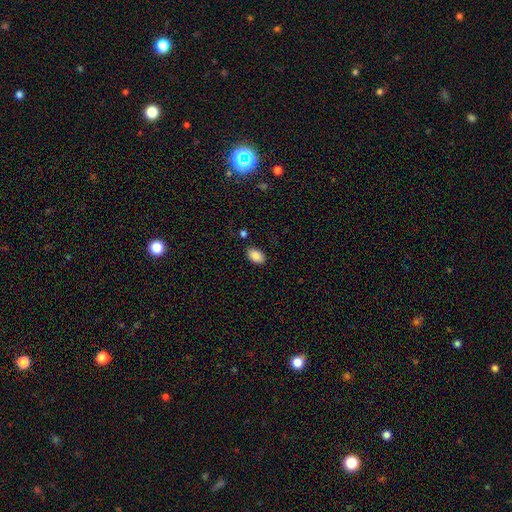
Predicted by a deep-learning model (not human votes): A smooth galaxy with no disk features (88%) that is in between round and cigar-shaped (91%).

Vote fractions:
- Smooth or featured? smooth: 88% / star or artifact: 8% / featured or disk: 4%
- How rounded? in between: 91% / round: 7% / cigar-shaped: 1%
- Merging? none: 84% / minor disturbance: 11% / major disturbance: 3% / merger: 2%